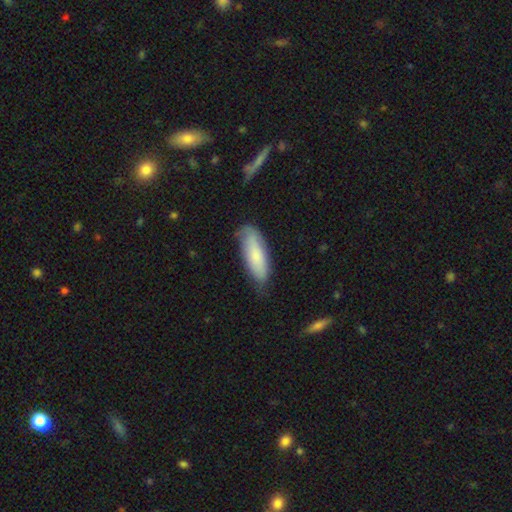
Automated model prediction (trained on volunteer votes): Overall: smooth (77%). How rounded: in between (58%; cigar-shaped 40%). Merging: none (64%; minor disturbance 29%).